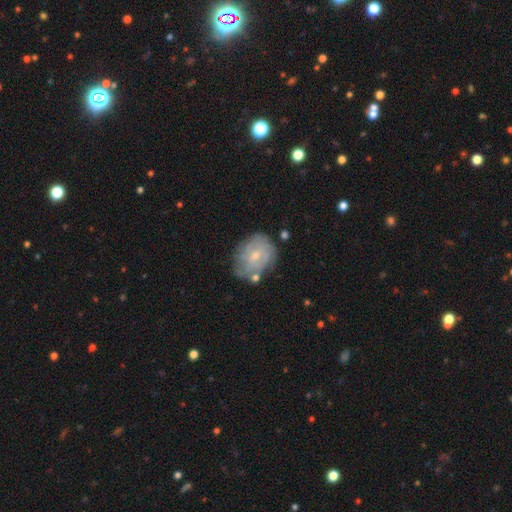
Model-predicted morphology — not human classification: smooth-or-featured: featured or disk: 62% | smooth: 31% | star or artifact: 7%
  disk-edge-on: no: 97% | yes: 3%
    bar: no: 65% | weak: 31% | strong: 4%
    has-spiral-arms: yes: 70% | no: 30%
    bulge-size: small: 63% | moderate: 32% | none: 2% | large: 1% | dominant: 1%
  merging: none: 59% | minor disturbance: 25% | major disturbance: 9% | merger: 7%